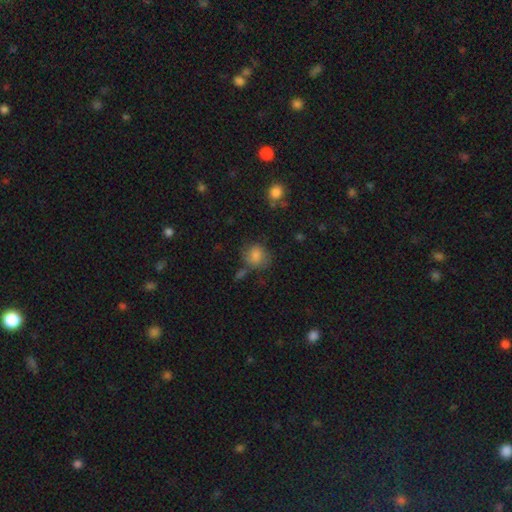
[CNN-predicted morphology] Smooth or featured?
  - smooth: 81% *
  - star or artifact: 10%
  - featured or disk: 9%
How rounded?
  - round: 75% *
  - in between: 24%
  - cigar-shaped: 1%
Merging?
  - none: 60% *
  - minor disturbance: 22%
  - major disturbance: 9%
  - merger: 8%